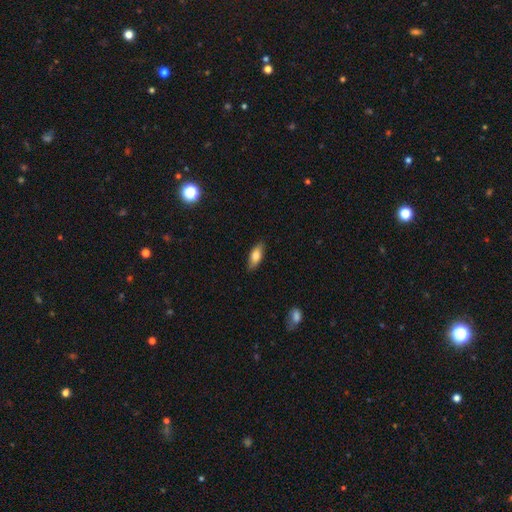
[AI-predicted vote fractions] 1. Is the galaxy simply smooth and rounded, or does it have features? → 76% smooth, 18% featured or disk, 6% star or artifact.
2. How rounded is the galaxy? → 75% in between, 23% cigar-shaped, 3% round.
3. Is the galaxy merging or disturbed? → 85% none, 12% minor disturbance, 2% major disturbance, 1% merger.